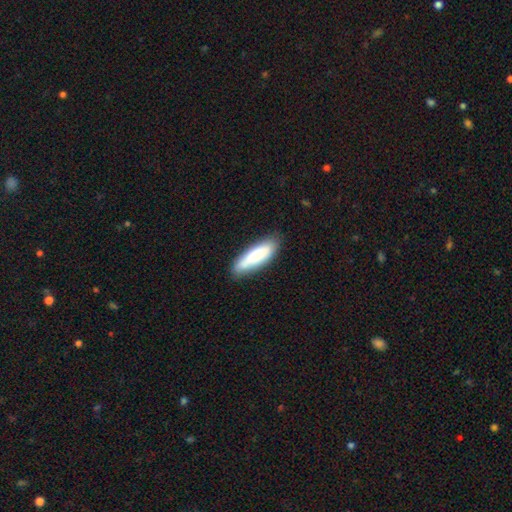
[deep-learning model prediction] This appears to be a smooth galaxy with no disk features (76%) that is in between round and cigar-shaped (52%). Merging: none (81%).